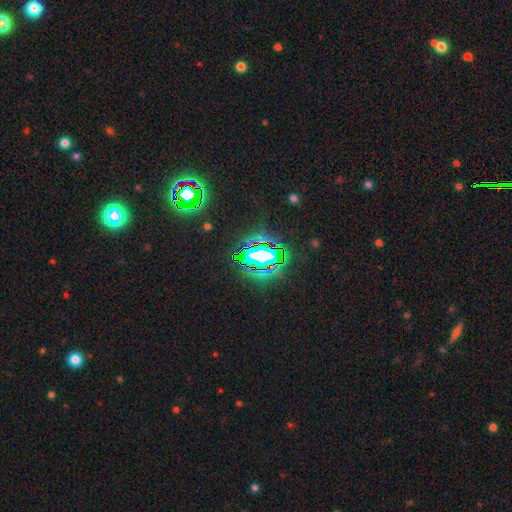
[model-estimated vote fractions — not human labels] smooth-or-featured: star or artifact: 73% | smooth: 15% | featured or disk: 12%